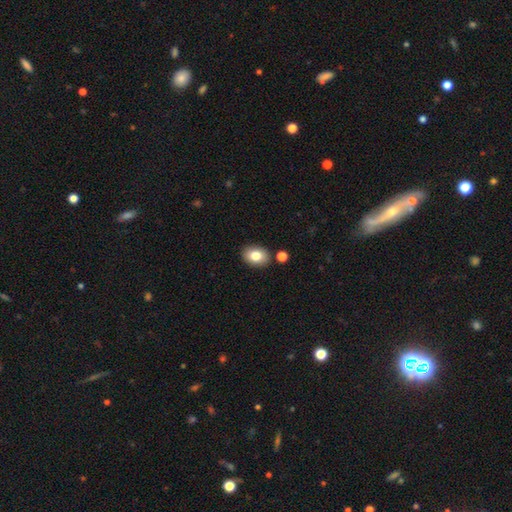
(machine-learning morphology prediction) A smooth galaxy with no disk features (81%) that is in between round and cigar-shaped (75%).

Vote fractions:
- Smooth or featured? smooth: 81% / featured or disk: 10% / star or artifact: 8%
- How rounded? in between: 75% / round: 24% / cigar-shaped: 1%
- Merging? none: 84% / minor disturbance: 9% / merger: 5% / major disturbance: 2%